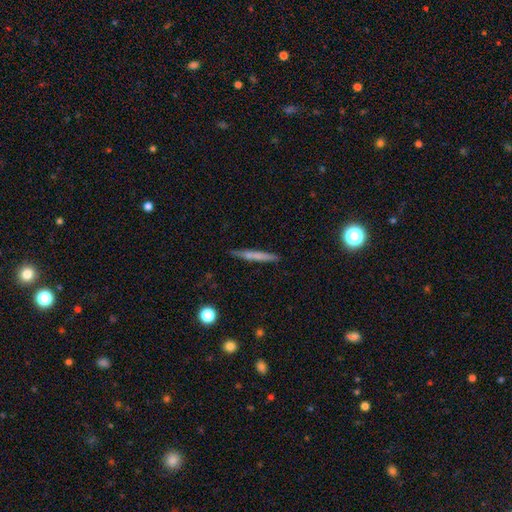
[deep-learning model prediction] Q: Smooth or featured?
A: smooth (58%); runner-up: featured or disk (35%)
Q: How rounded?
A: cigar-shaped (95%); runner-up: in between (3%)
Q: Merging?
A: none (88%); runner-up: minor disturbance (9%)